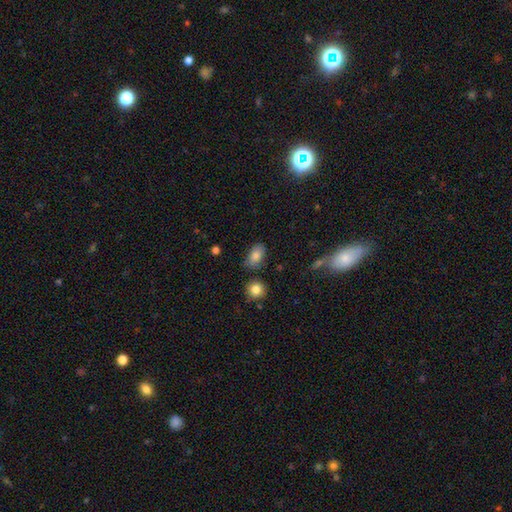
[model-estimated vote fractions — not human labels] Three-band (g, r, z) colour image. It shows a smooth galaxy with no disk features (83%) that is in between round and cigar-shaped (89%). Merging: none (72%).